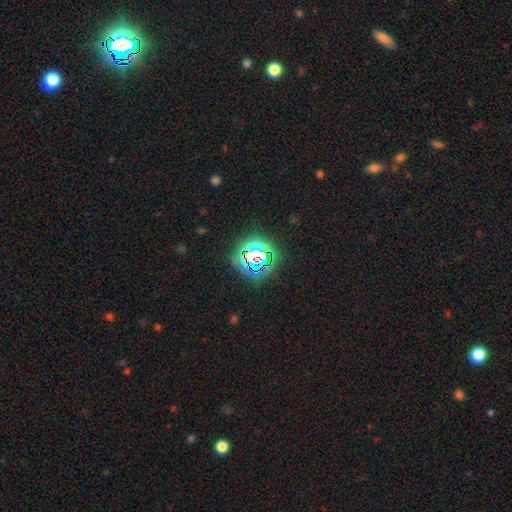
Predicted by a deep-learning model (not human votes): Smooth or featured: star or artifact — 73% (smooth — 17%)